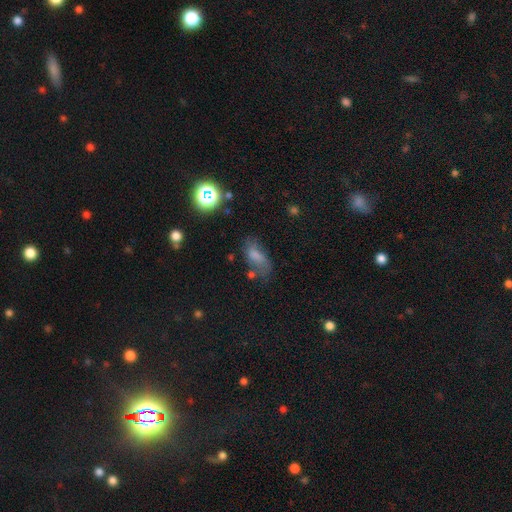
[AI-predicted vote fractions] This is likely a smooth galaxy (63%). How rounded: clearly in between (84%). Merging: marginally none (45%).